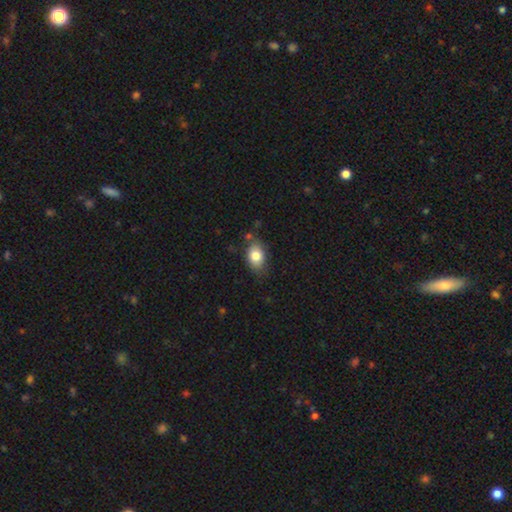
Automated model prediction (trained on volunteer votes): This appears to be a smooth galaxy with no disk features (80%) that is in between round and cigar-shaped (80%). Merging: none (75%).